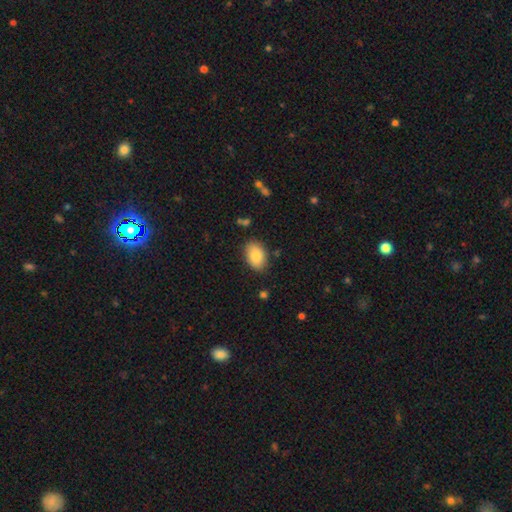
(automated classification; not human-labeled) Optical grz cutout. It shows a smooth galaxy with no disk features (85%) that is in between round and cigar-shaped (85%). Merging: none (83%).